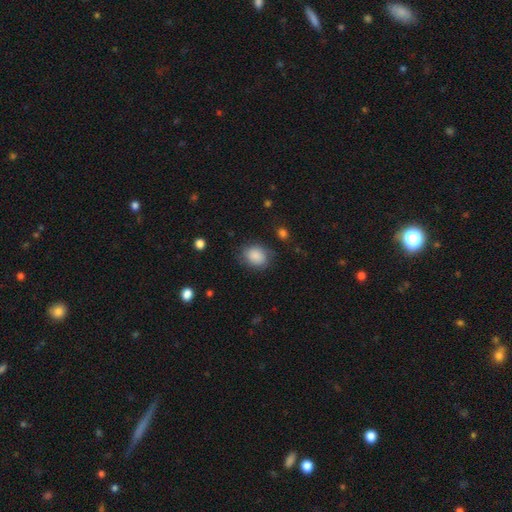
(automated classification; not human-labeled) smooth-or-featured: smooth: 85% | star or artifact: 8% | featured or disk: 7%
  how-rounded: in between: 50% | round: 49% | cigar-shaped: 1%
  merging: none: 73% | minor disturbance: 19% | major disturbance: 7% | merger: 2%